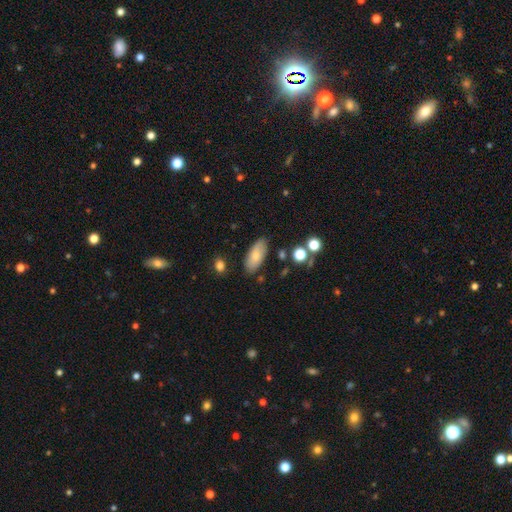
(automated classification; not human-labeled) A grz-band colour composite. It shows a smooth galaxy with no disk features (77%) that is in between round and cigar-shaped (86%). Merging: none (83%).